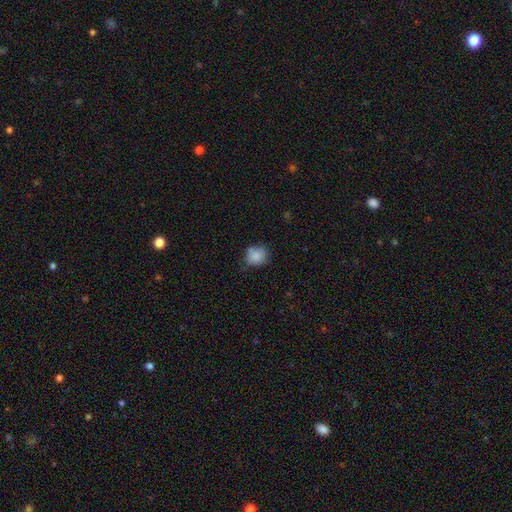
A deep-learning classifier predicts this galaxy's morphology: Smooth or featured?
  - smooth: 85% *
  - star or artifact: 8%
  - featured or disk: 6%
How rounded?
  - round: 75% *
  - in between: 24%
  - cigar-shaped: 1%
Merging?
  - none: 67% *
  - minor disturbance: 25%
  - major disturbance: 5%
  - merger: 3%